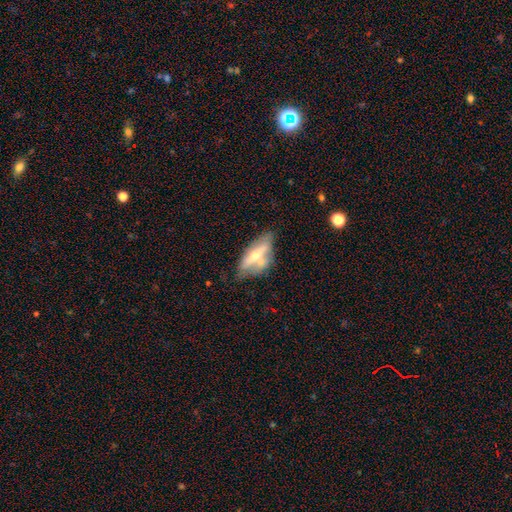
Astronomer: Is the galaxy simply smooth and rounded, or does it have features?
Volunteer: featured or disk — 64%.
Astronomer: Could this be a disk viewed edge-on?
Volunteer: yes — 68%.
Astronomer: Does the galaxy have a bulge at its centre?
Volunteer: rounded — 100%.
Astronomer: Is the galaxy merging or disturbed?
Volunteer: merger — 42% (runner-up: none, 37%).